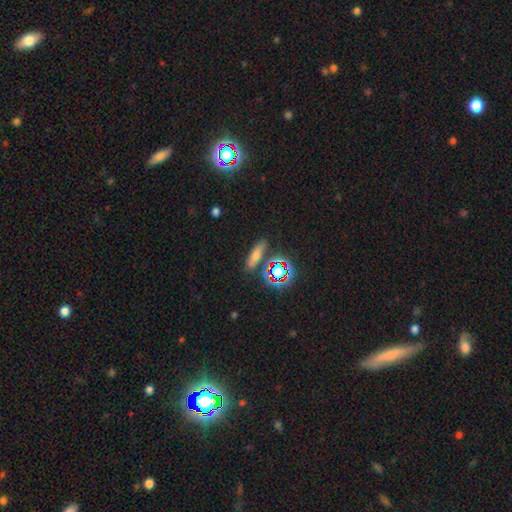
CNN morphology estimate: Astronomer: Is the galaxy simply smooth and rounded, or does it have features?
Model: smooth — 59%.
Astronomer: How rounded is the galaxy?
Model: cigar-shaped — 53% (runner-up: in between, 37%).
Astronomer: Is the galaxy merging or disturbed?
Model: none — 79%.